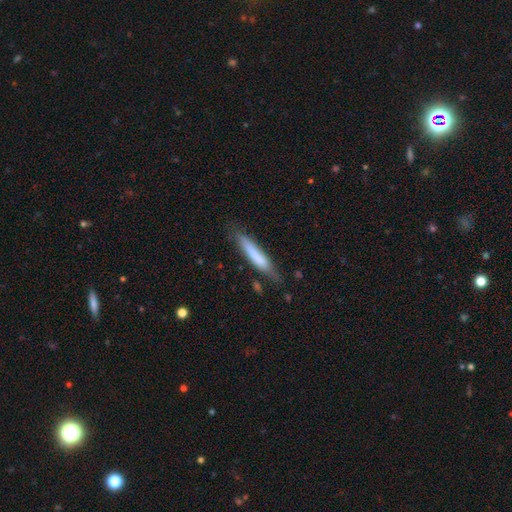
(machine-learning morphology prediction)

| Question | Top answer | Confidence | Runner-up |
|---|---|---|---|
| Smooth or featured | smooth | 71% | featured or disk (23%) |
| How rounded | cigar-shaped | 90% | in between (9%) |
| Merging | none | 72% | minor disturbance (21%) |